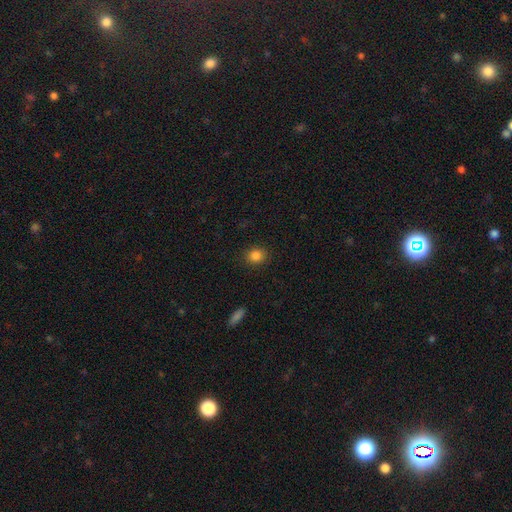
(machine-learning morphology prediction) The model was most divided on "how rounded": round: 76%, in between: 23%, cigar-shaped: 1%. More confident: merging — none (89%); smooth or featured — smooth (84%).